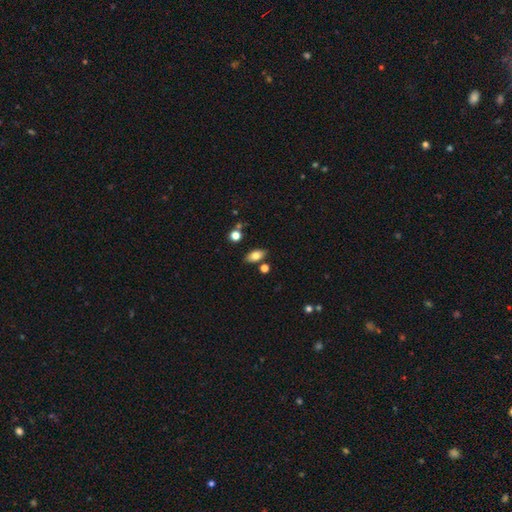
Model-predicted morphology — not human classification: type=smooth (77%); roundness=in between (89%); merging=none (81%).